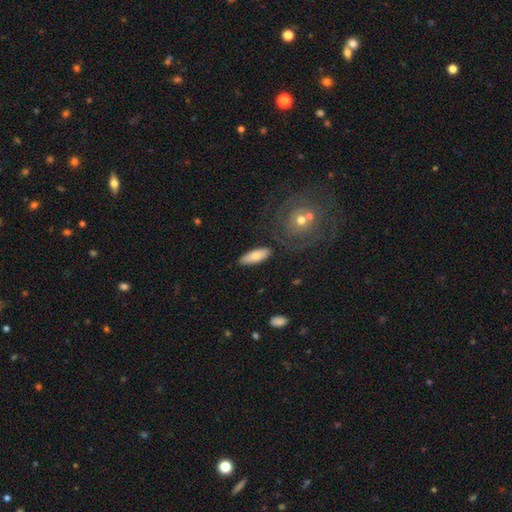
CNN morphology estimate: smooth-or-featured: smooth: 77% | featured or disk: 16% | star or artifact: 6%
  how-rounded: in between: 68% | cigar-shaped: 30% | round: 2%
  merging: none: 83% | minor disturbance: 11% | major disturbance: 3% | merger: 3%